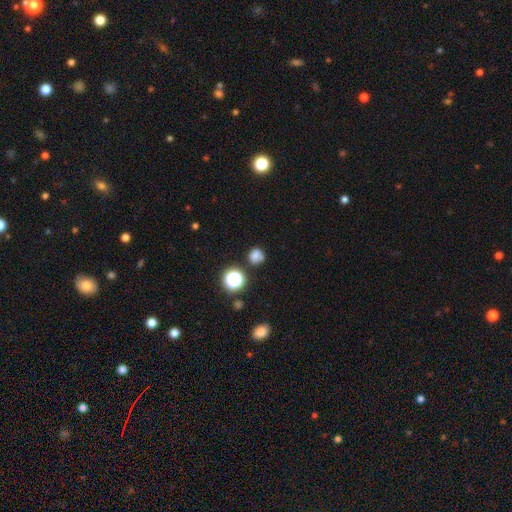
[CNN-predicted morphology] This is likely a smooth galaxy (75%). How rounded: clearly round (86%). Merging: likely none (74%).